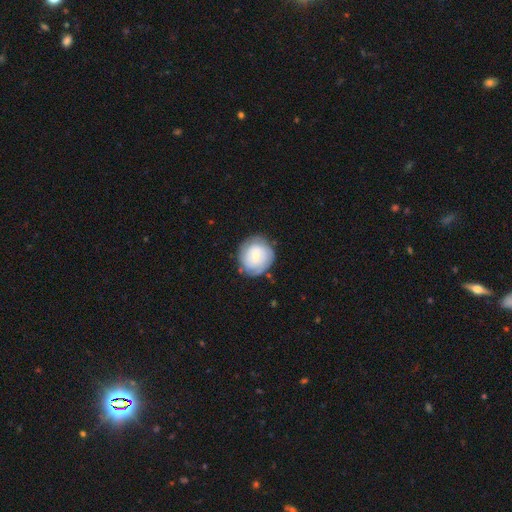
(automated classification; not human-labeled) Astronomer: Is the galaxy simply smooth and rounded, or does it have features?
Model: smooth — 51% (runner-up: featured or disk, 43%).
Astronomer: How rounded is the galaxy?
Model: round — 85%.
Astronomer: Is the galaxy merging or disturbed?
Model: none — 73%.